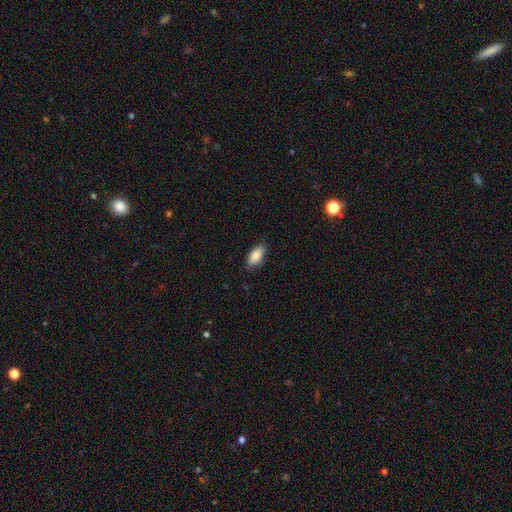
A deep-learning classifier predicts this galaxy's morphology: smooth_or_featured: smooth (p=0.86) [alt: featured or disk p=0.08]
how_rounded: in between (p=0.88) [alt: cigar-shaped p=0.09]
merging: none (p=0.83) [alt: minor disturbance p=0.14]